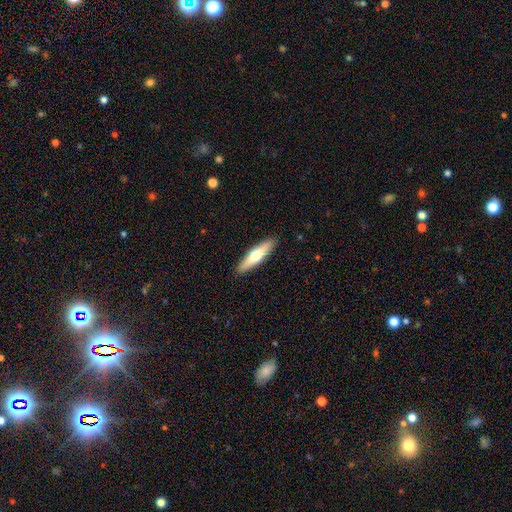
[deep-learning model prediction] Q: Smooth or featured?
A: smooth (59%); runner-up: featured or disk (36%)
Q: How rounded?
A: cigar-shaped (73%); runner-up: in between (25%)
Q: Merging?
A: none (91%); runner-up: minor disturbance (7%)